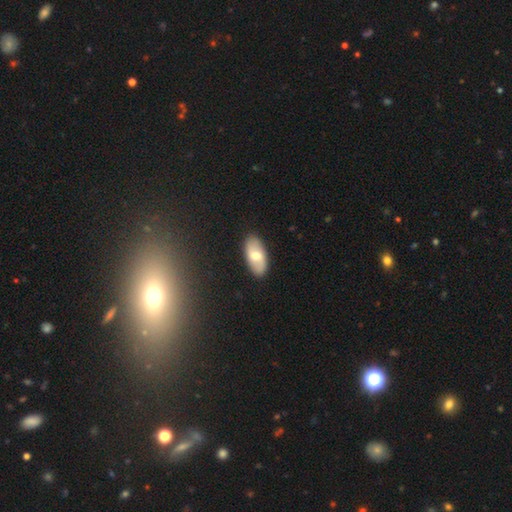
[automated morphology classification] smooth 59%, featured or disk 36%, star or artifact 6%. Down the decision tree: how rounded — in between (92%); merging — none (88%).